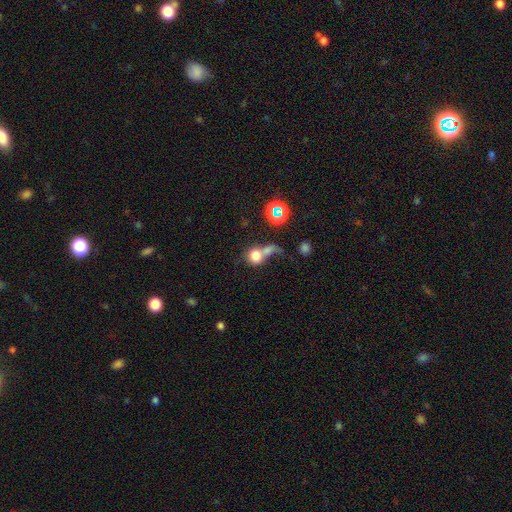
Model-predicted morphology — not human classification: Smooth or featured? Predicted: smooth (p=0.71). How rounded? Predicted: round (p=0.73). Merging? Predicted: merger (p=0.51).